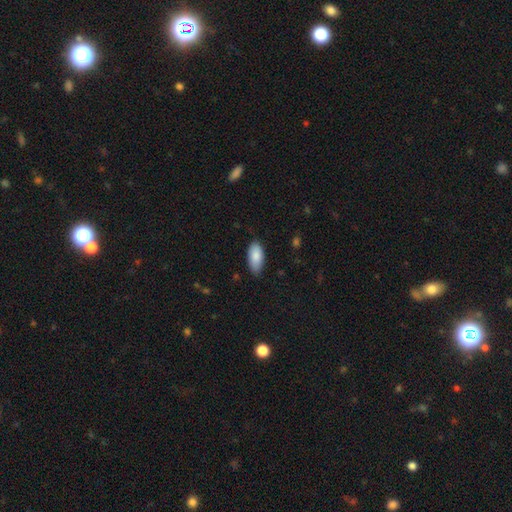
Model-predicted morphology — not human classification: Overall: smooth (87%). How rounded: in between (91%). Merging: none (79%).